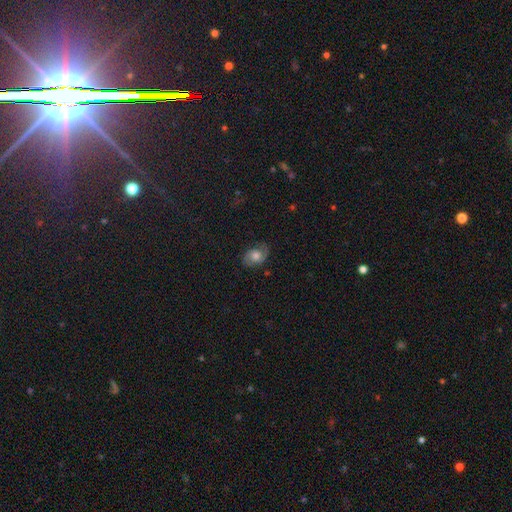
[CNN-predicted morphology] smooth-or-featured: featured or disk: 52% | smooth: 38% | star or artifact: 10%
  disk-edge-on: no: 96% | yes: 4%
    bar: no: 73% | weak: 23% | strong: 4%
    has-spiral-arms: yes: 87% | no: 13%
    bulge-size: moderate: 57% | large: 23% | small: 15% | none: 3% | dominant: 2%
  merging: none: 72% | minor disturbance: 19% | major disturbance: 8% | merger: 1%